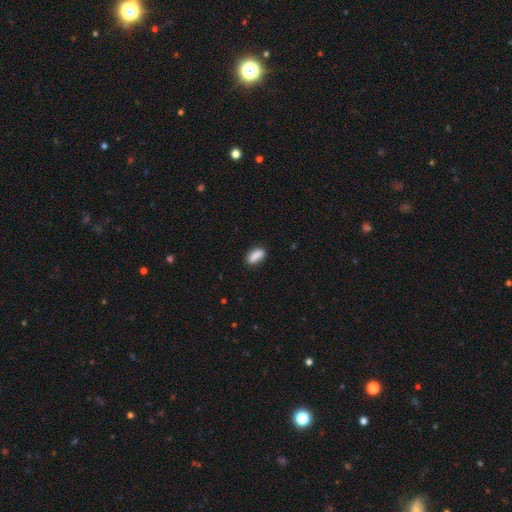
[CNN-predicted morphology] Smooth or featured? smooth (87%)
How rounded? in between (84%)
Merging? none (80%)